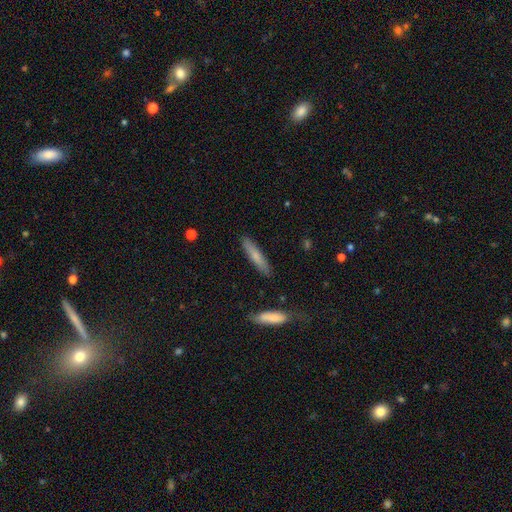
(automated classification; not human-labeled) A smooth galaxy with no disk features (70%) that is cigar-shaped (88%). Merging: none (87%).